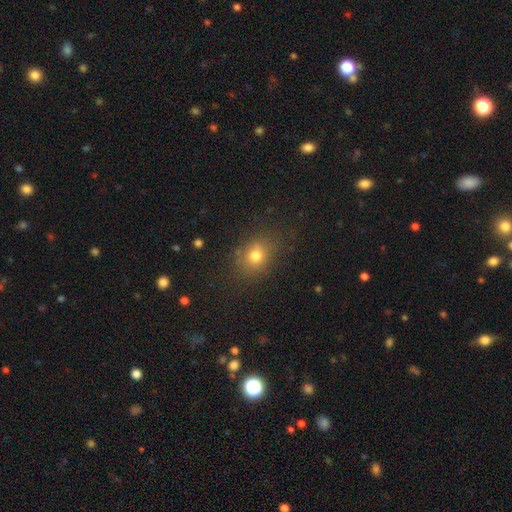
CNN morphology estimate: smooth_or_featured: smooth (p=0.75) [alt: star or artifact p=0.15]
how_rounded: round (p=0.54) [alt: in between p=0.45]
merging: none (p=0.77) [alt: minor disturbance p=0.15]